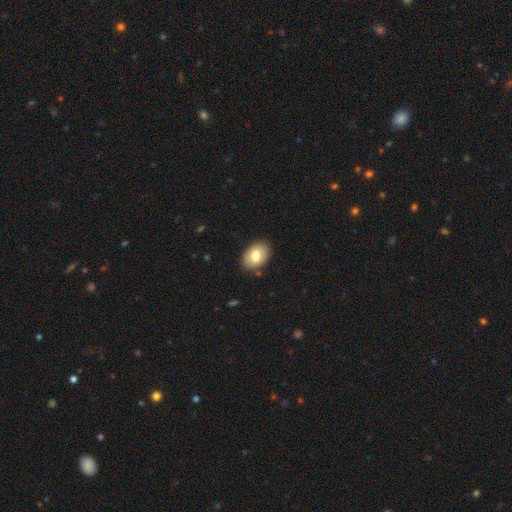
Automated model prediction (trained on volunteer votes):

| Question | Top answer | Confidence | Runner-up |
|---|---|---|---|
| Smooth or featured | smooth | 78% | featured or disk (15%) |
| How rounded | in between | 83% | round (16%) |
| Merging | none | 87% | minor disturbance (10%) |